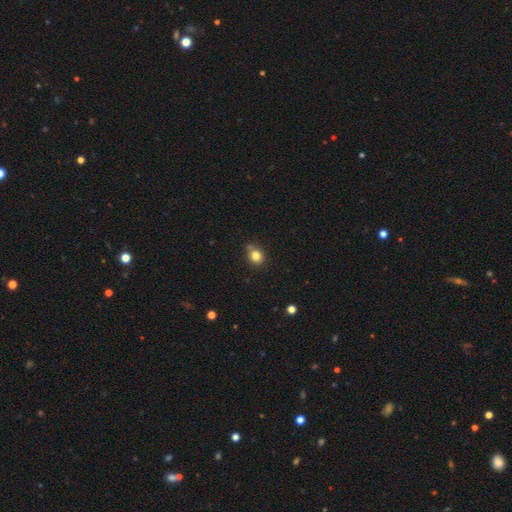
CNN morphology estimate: Smooth or featured? smooth (81%)
How rounded? round (76%)
Merging? none (73%)